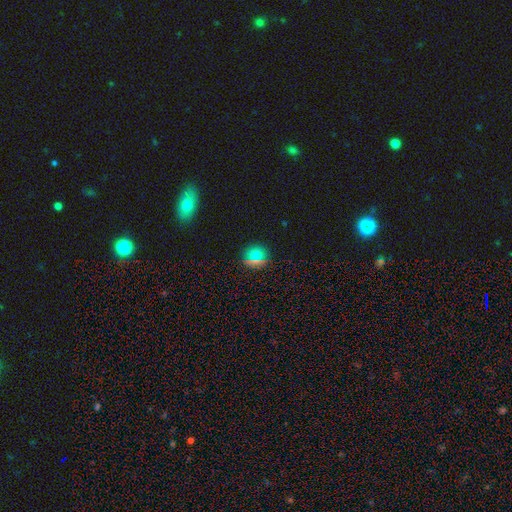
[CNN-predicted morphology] smooth-or-featured: smooth: 70% | star or artifact: 22% | featured or disk: 9%
  how-rounded: round: 90% | in between: 8% | cigar-shaped: 2%
  merging: none: 86% | minor disturbance: 8% | merger: 3% | major disturbance: 3%